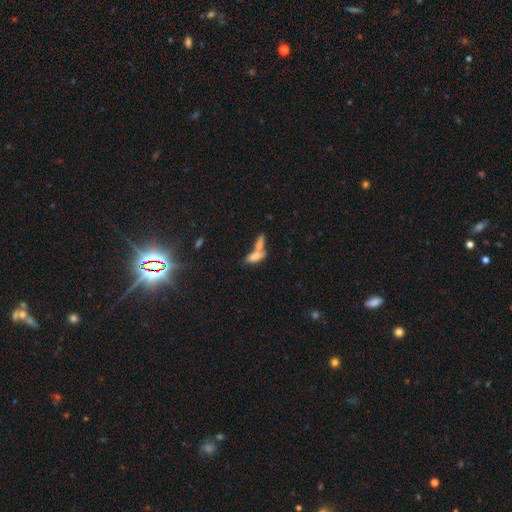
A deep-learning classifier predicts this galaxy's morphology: This appears to be a smooth galaxy with no disk features (71%) that is in between round and cigar-shaped (67%). Merging: merger (62%).